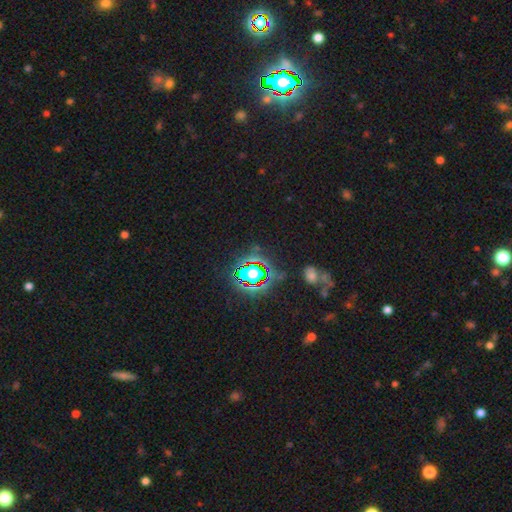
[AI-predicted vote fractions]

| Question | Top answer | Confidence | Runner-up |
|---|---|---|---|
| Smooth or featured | star or artifact | 77% | smooth (13%) |